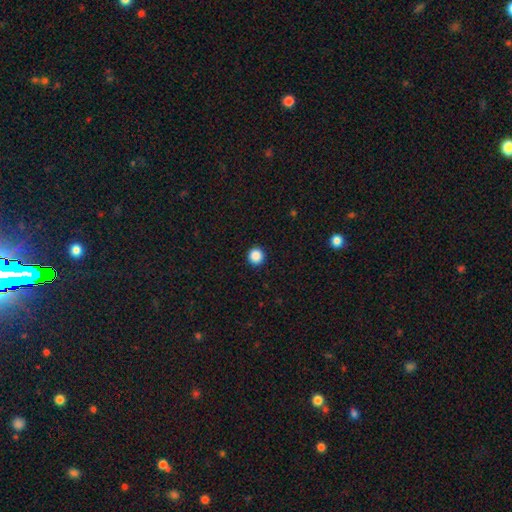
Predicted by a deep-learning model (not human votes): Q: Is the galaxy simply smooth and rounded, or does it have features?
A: smooth — 88%.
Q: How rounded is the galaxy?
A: round — 95%.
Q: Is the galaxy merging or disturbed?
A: none — 93%.